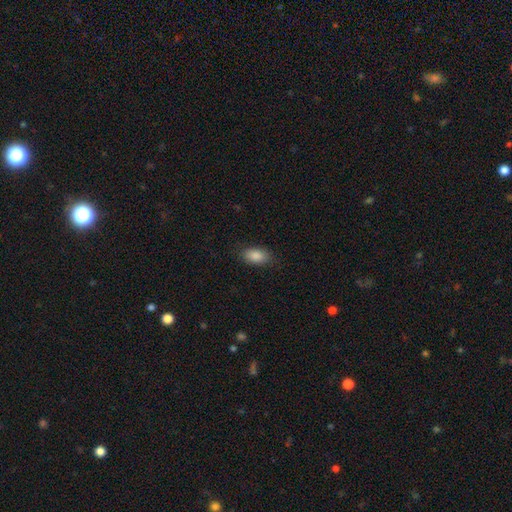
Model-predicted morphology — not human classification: Smooth or featured? smooth (87%)
How rounded? in between (91%)
Merging? none (85%)